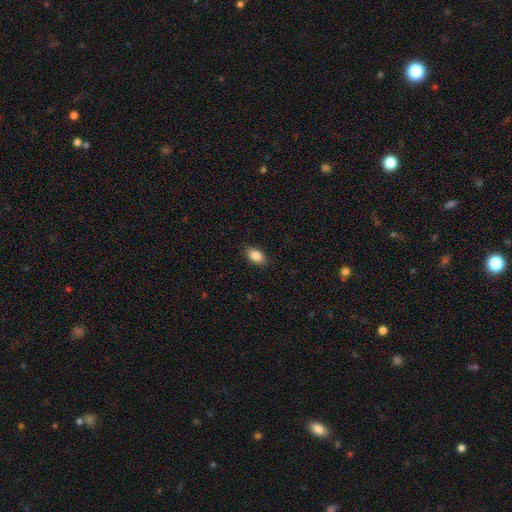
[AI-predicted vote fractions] Smooth or featured? smooth (87%)
How rounded? in between (91%)
Merging? none (87%)